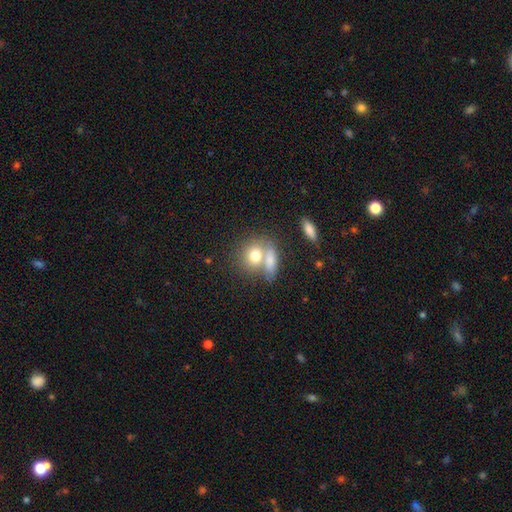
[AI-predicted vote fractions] Smooth or featured? smooth (75%)
How rounded? round (56%)
Merging? merger (53%)